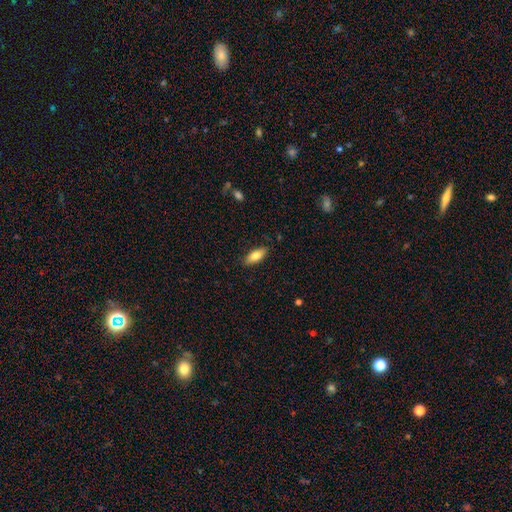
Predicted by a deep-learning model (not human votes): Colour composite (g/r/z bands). It shows a smooth galaxy with no disk features (76%) that is in between round and cigar-shaped (79%). Merging: none (85%).